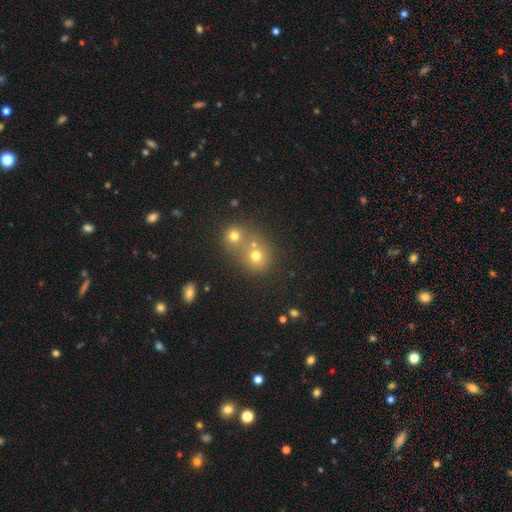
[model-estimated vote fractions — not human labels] Smooth or featured: smooth — 66% (star or artifact — 19%)
How rounded: round — 79% (in between — 20%)
Merging: merger — 51% (none — 39%)